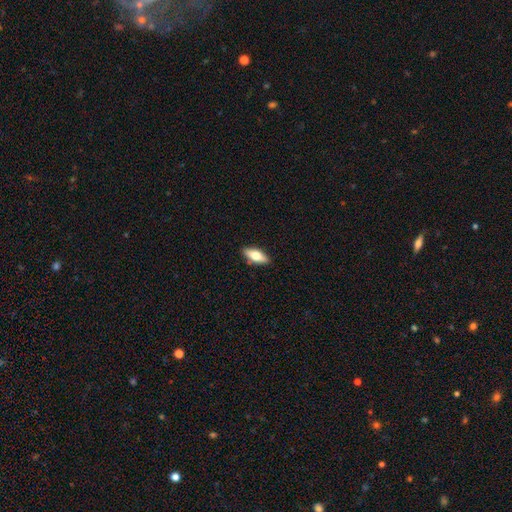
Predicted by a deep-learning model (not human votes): This appears to be a smooth galaxy with no disk features (63%) that is in between round and cigar-shaped (70%). Merging: none (88%).